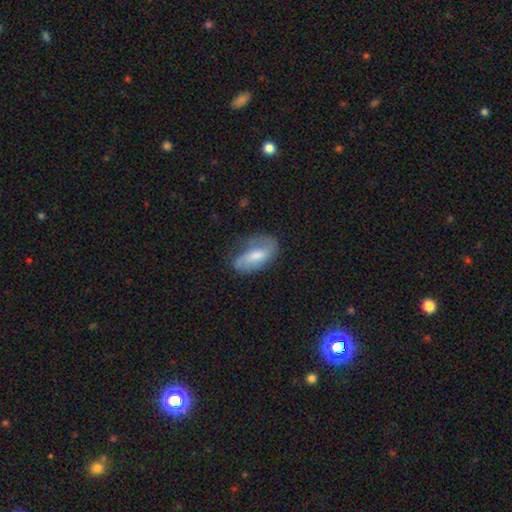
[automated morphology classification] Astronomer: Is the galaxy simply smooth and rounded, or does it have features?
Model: smooth — 47% (runner-up: featured or disk, 46%).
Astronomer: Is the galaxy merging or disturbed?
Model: none — 53% (runner-up: minor disturbance, 30%).